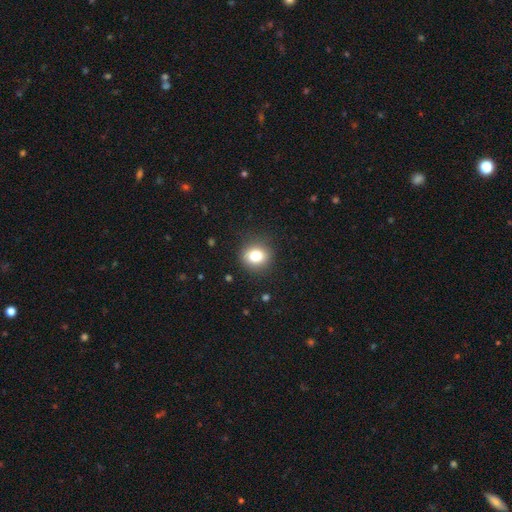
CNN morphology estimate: A smooth galaxy with no disk features (81%) that is round (75%).

Vote fractions:
- Smooth or featured? smooth: 81% / star or artifact: 11% / featured or disk: 8%
- How rounded? round: 75% / in between: 24% / cigar-shaped: 1%
- Merging? none: 87% / minor disturbance: 9% / major disturbance: 3% / merger: 1%